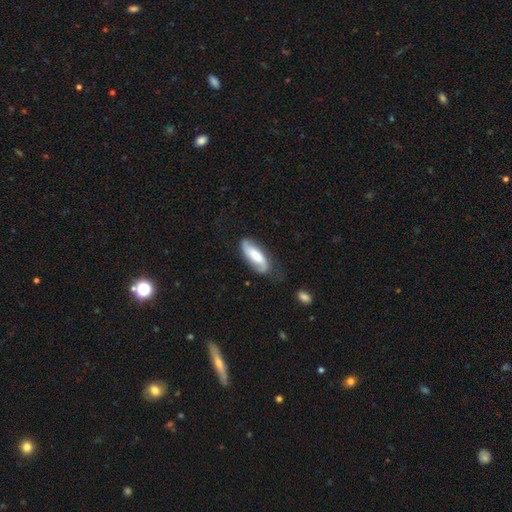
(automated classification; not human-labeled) Q: Smooth or featured?
A: featured or disk (48%); runner-up: smooth (46%)
Q: Merging?
A: none (62%); runner-up: minor disturbance (26%)